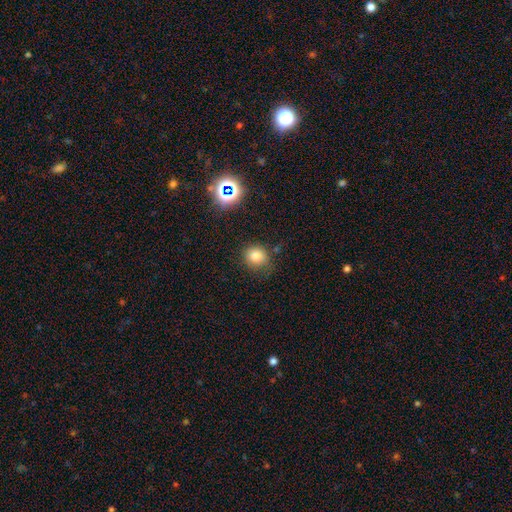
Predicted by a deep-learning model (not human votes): A smooth galaxy with no disk features (79%) that is round (74%). Merging: none (72%).